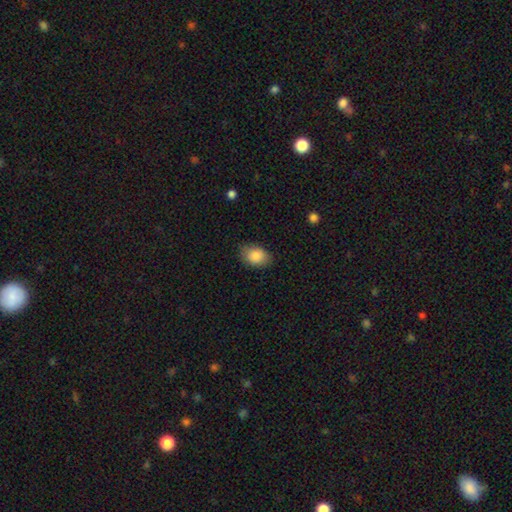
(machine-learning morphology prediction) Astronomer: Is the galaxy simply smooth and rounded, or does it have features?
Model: smooth — 87%.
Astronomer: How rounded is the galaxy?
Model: in between — 78%.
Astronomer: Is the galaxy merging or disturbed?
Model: none — 82%.